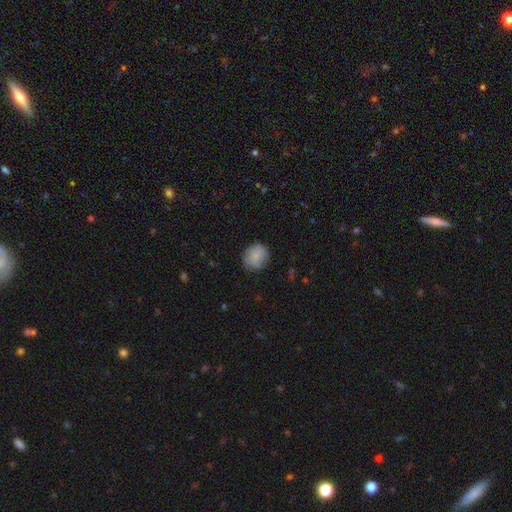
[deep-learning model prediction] Smooth or featured?
  - smooth: 82% *
  - featured or disk: 12%
  - star or artifact: 7%
How rounded?
  - round: 79% *
  - in between: 20%
  - cigar-shaped: 1%
Merging?
  - none: 77% *
  - minor disturbance: 18%
  - major disturbance: 4%
  - merger: 1%